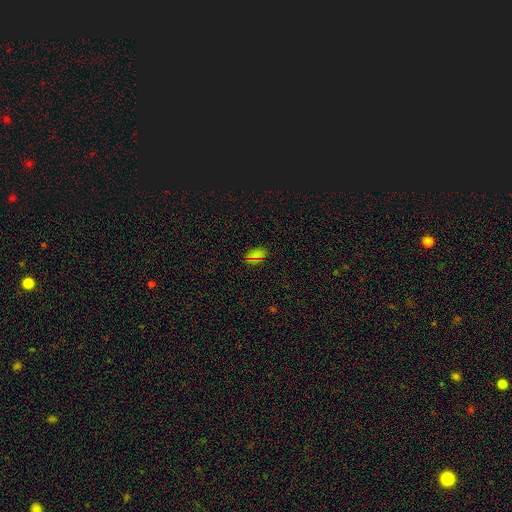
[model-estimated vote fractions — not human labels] Morphology: type=smooth (69%); roundness=in between (89%); merging=none (84%).